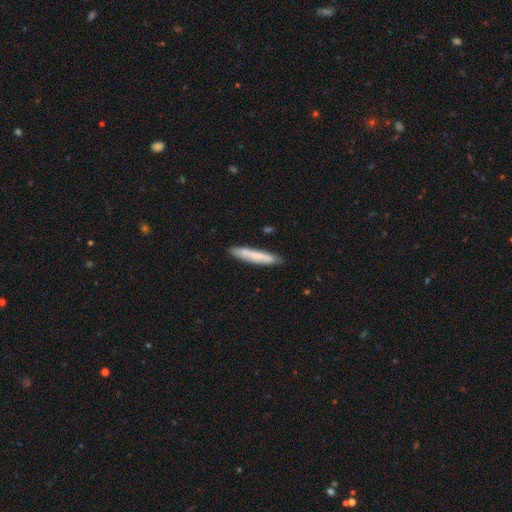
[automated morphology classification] Smooth or featured? Predicted: smooth (p=0.71). How rounded? Predicted: cigar-shaped (p=0.92). Merging? Predicted: none (p=0.83).